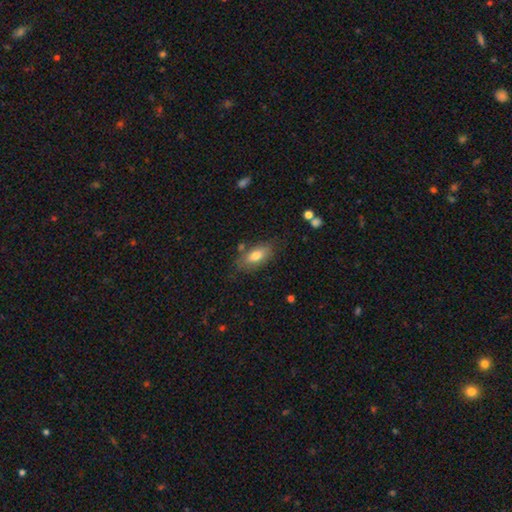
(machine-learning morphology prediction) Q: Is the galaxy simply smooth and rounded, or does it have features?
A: smooth — 76%.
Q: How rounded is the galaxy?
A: in between — 86%.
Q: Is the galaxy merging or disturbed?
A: none — 71%.